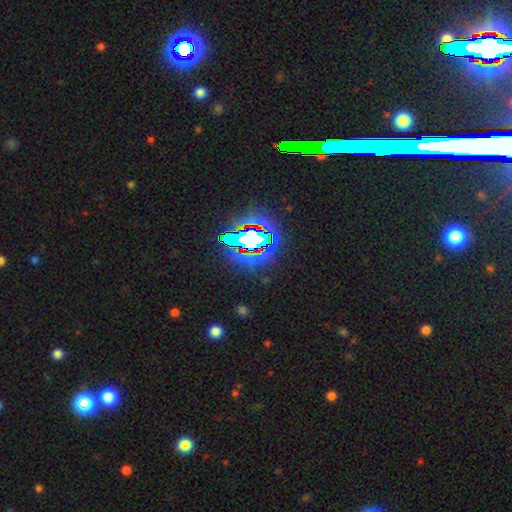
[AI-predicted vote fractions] A star or artifact, not a galaxy (80%).

Vote fractions:
- Smooth or featured? star or artifact: 80% / featured or disk: 10% / smooth: 10%